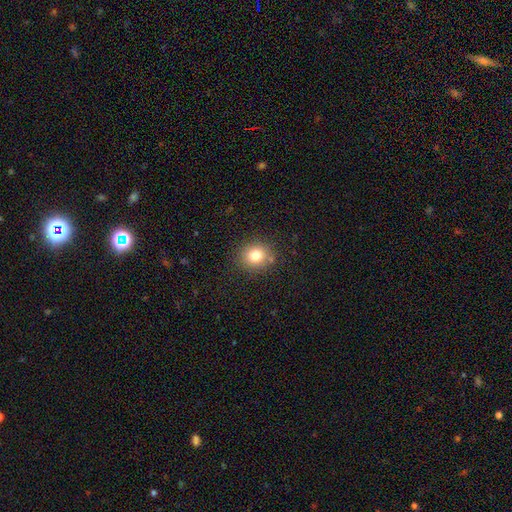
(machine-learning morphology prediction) The model was most divided on "smooth or featured": smooth: 78%, star or artifact: 13%, featured or disk: 9%. More confident: merging — none (84%); how rounded — round (83%).